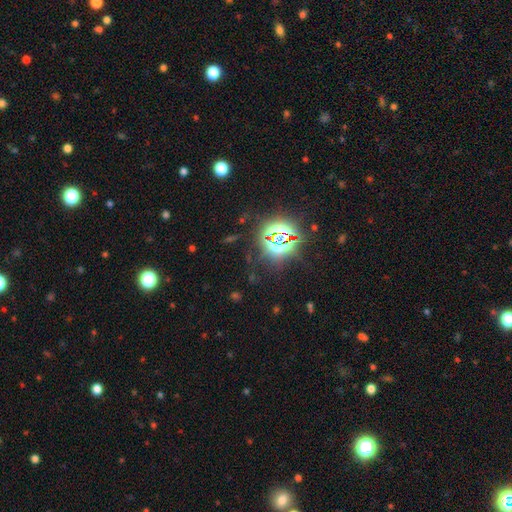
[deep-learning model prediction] Morphology: type=star or artifact (74%).